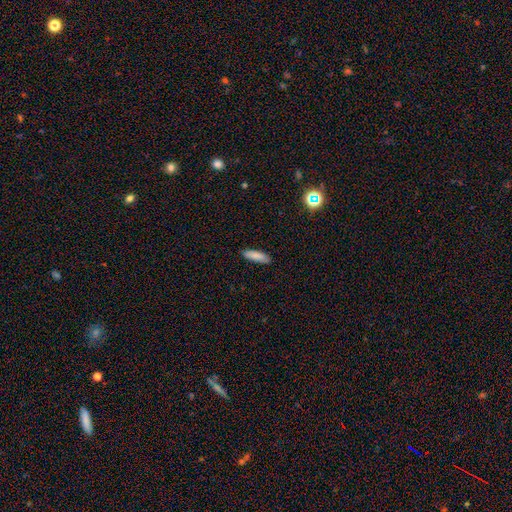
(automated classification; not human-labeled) The model was most divided on "how rounded": cigar-shaped: 57%, in between: 41%, round: 2%. More confident: merging — none (88%); smooth or featured — smooth (86%).